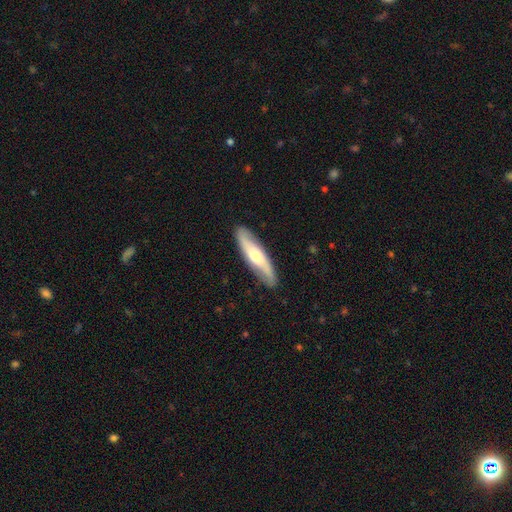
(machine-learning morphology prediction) A featured or disk galaxy (56%). Merging: none (87%).